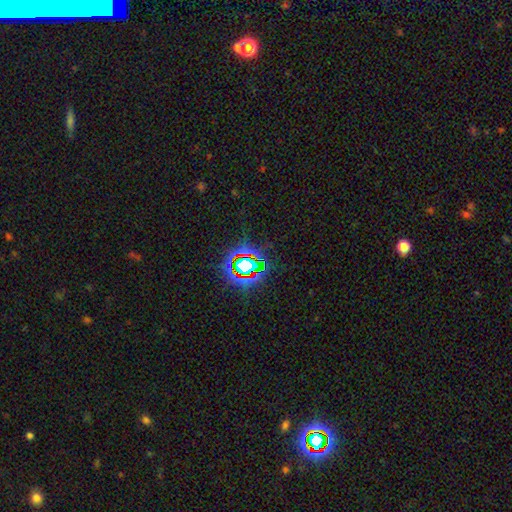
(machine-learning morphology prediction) Smooth or featured?
  - star or artifact: 77% *
  - smooth: 14%
  - featured or disk: 9%